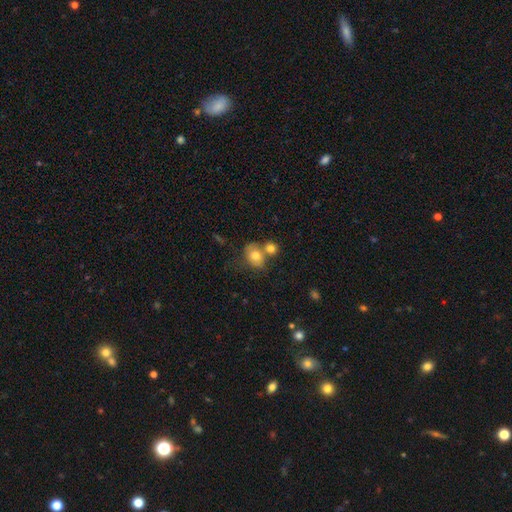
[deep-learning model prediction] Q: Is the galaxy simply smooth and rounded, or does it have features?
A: smooth — 64%.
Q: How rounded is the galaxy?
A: round — 57%.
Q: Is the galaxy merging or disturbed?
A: none — 47%.